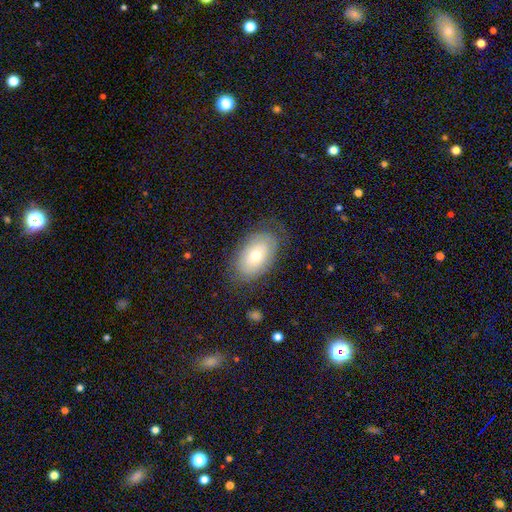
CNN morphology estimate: A smooth galaxy with no disk features (61%) that is in between round and cigar-shaped (91%). Merging: none (77%).